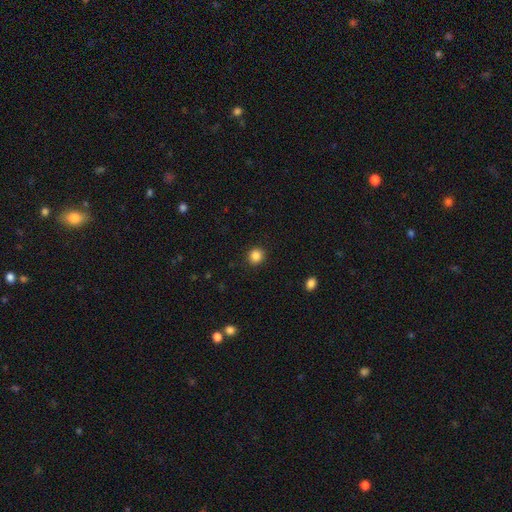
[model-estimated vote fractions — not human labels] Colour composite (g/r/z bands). It shows a smooth galaxy with no disk features (86%) that is round (90%). Merging: none (92%).